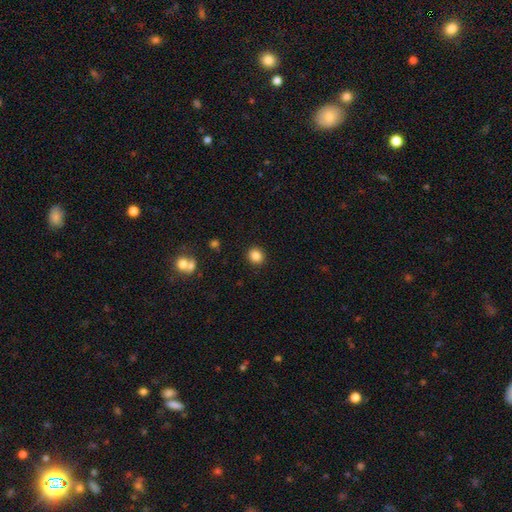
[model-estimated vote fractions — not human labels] smooth 85%, star or artifact 11%, featured or disk 4%. Down the decision tree: how rounded — round (78%); merging — none (90%).